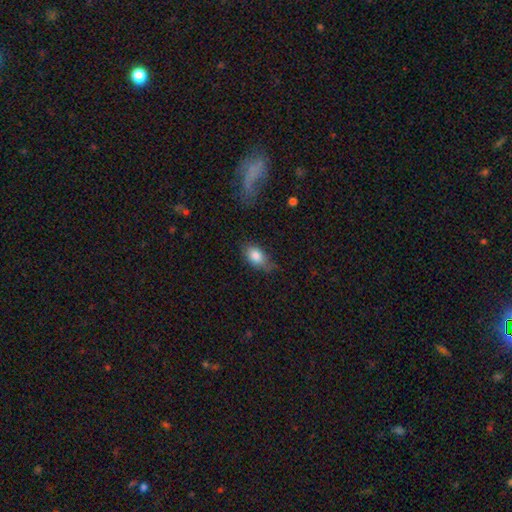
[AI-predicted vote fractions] smooth 83%, featured or disk 10%, star or artifact 8%. Down the decision tree: how rounded — in between (89%); merging — none (61%).